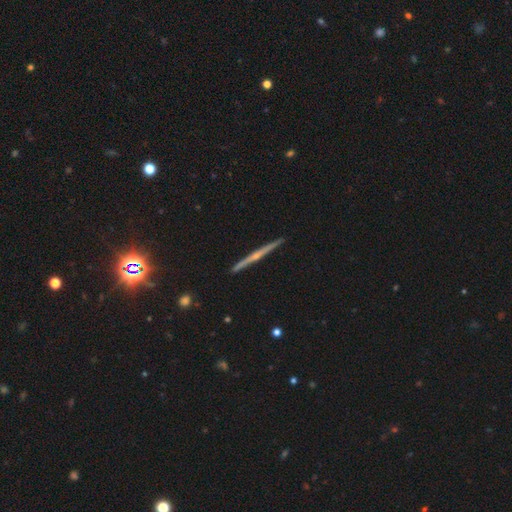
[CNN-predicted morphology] A featured or disk galaxy (78%) viewed edge-on (99%) with a rounded central bulge (67%). Merging: none (93%).